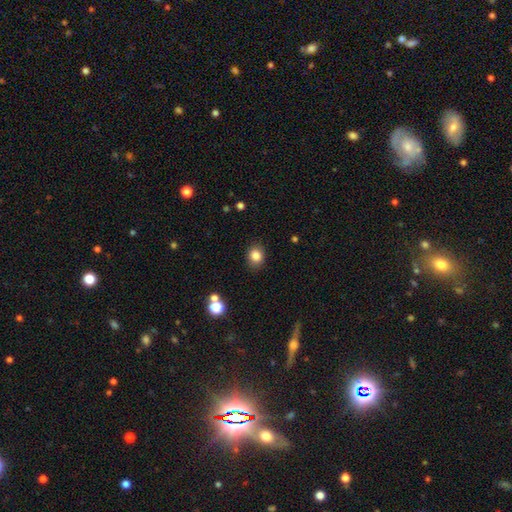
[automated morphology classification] type=smooth (84%); roundness=round (62%); merging=none (87%).